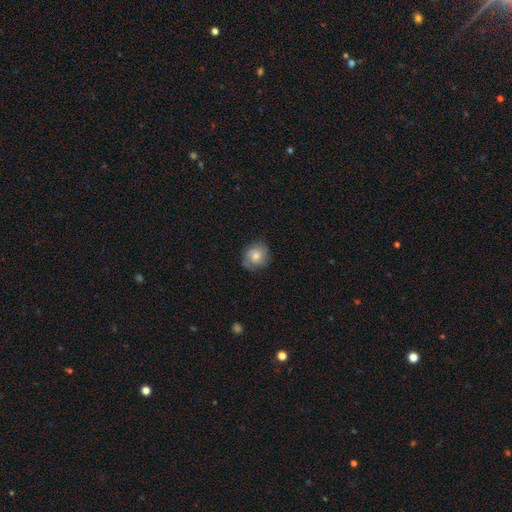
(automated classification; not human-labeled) smooth 64%, featured or disk 28%, star or artifact 9%. Down the decision tree: how rounded — round (82%); merging — none (72%).